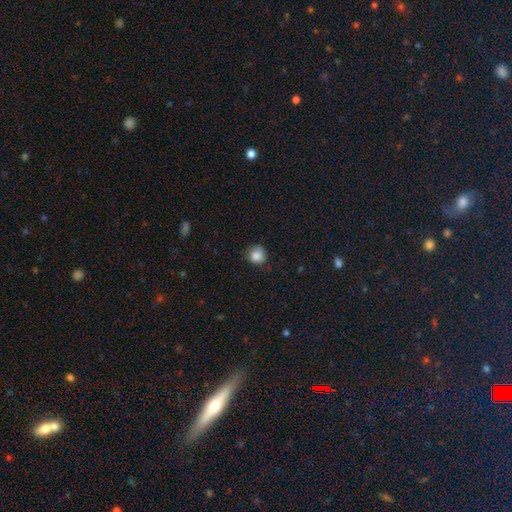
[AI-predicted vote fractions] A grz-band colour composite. It shows a smooth galaxy with no disk features (85%) that is round (87%). Merging: none (74%).